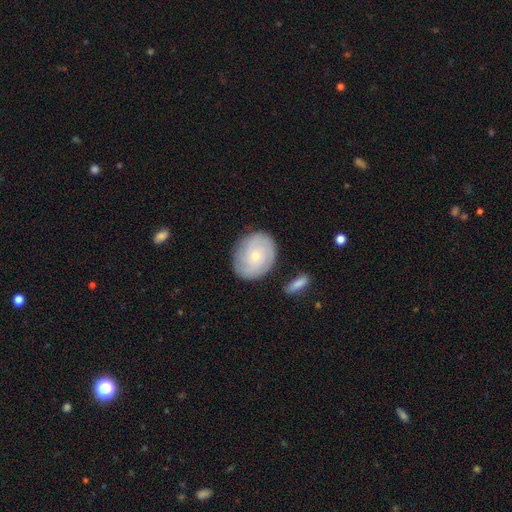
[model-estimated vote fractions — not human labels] Smooth or featured?
  - featured or disk: 62% *
  - smooth: 31%
  - star or artifact: 7%
Edge-on disk?
  - no: 97% *
  - yes: 3%
Bar?
  - no: 80% *
  - weak: 17%
  - strong: 3%
Spiral arms?
  - yes: 85% *
  - no: 15%
Spiral winding?
  - tight: 69% *
  - medium: 23%
  - loose: 7%
Spiral arm count?
  - can't tell: 39% *
  - 2: 24%
  - 3: 19%
  - 4: 9%
  - more than 4: 5%
  - 1: 5%
Bulge size?
  - small: 72% *
  - moderate: 25%
  - large: 1%
  - none: 1%
  - dominant: 1%
Merging?
  - none: 82% *
  - minor disturbance: 12%
  - major disturbance: 3%
  - merger: 3%